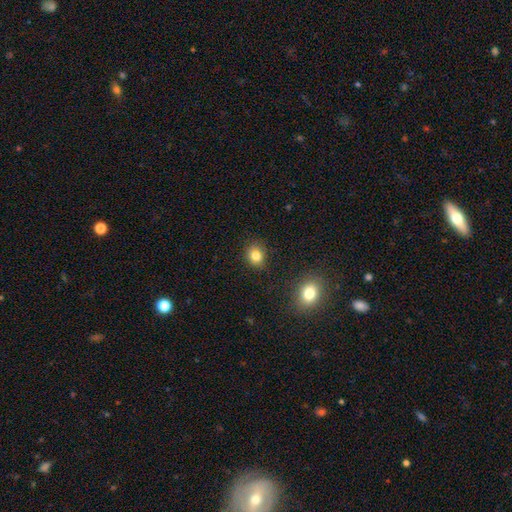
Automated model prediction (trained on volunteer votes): Overall: smooth (81%). How rounded: round (71%). Merging: none (85%).